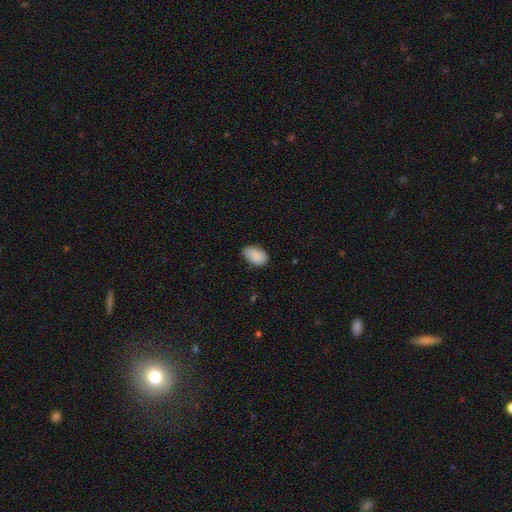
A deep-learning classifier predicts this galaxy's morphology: Overall: smooth (88%). How rounded: in between (90%). Merging: none (72%).